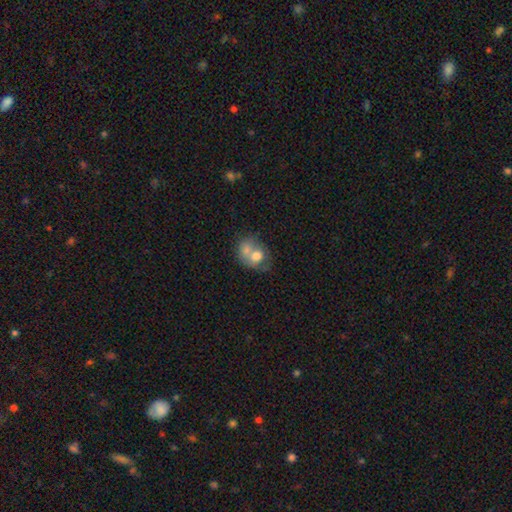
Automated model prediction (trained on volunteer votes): smooth_or_featured: smooth (p=0.65) [alt: featured or disk p=0.27]
how_rounded: round (p=0.54) [alt: in between p=0.45]
merging: merger (p=0.63) [alt: none p=0.21]